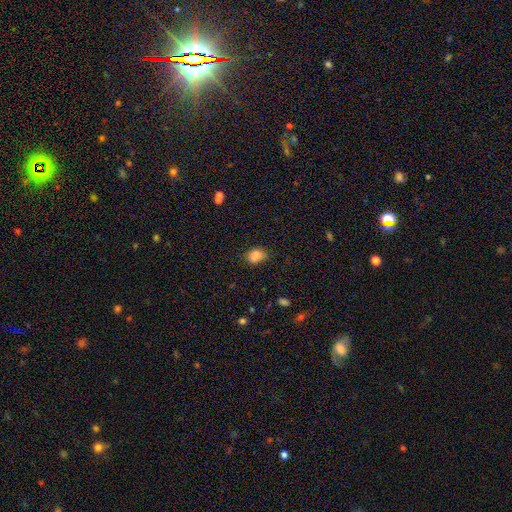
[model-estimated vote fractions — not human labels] A smooth galaxy with no disk features (83%) that is in between round and cigar-shaped (64%).

Vote fractions:
- Smooth or featured? smooth: 83% / star or artifact: 11% / featured or disk: 6%
- How rounded? in between: 64% / round: 35% / cigar-shaped: 1%
- Merging? none: 66% / minor disturbance: 24% / major disturbance: 6% / merger: 5%